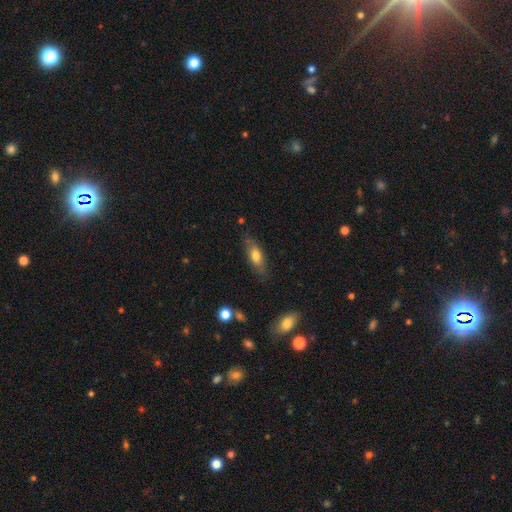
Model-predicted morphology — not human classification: Smooth or featured: smooth — 68% (featured or disk — 25%)
How rounded: in between — 66% (cigar-shaped — 30%)
Merging: none — 78% (minor disturbance — 17%)